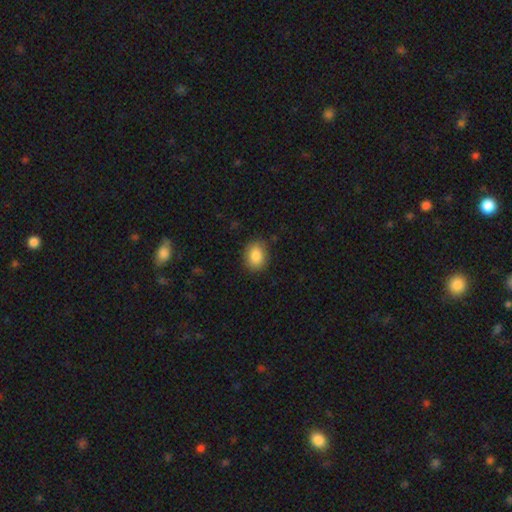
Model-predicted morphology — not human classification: smooth 86%, star or artifact 8%, featured or disk 6%. Down the decision tree: how rounded — in between (61%); merging — none (84%).